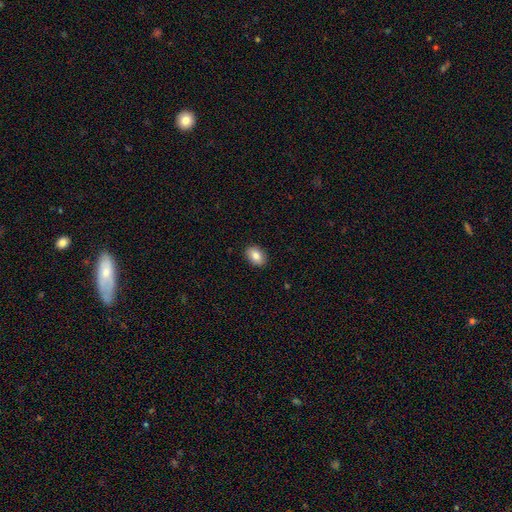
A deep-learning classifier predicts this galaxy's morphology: This is clearly a smooth galaxy (84%). How rounded: clearly in between (83%). Merging: clearly none (90%).